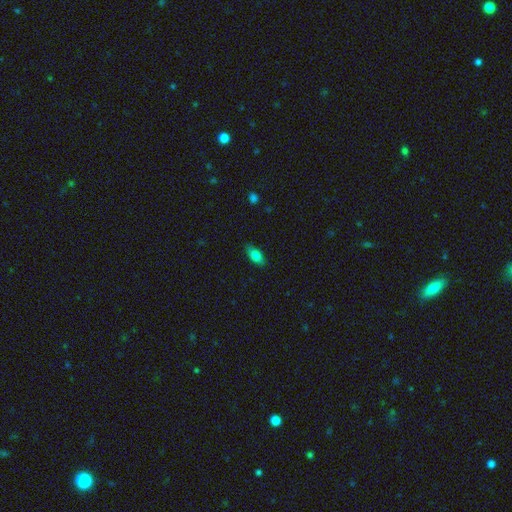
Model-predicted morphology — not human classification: This is likely a smooth galaxy (78%). How rounded: clearly in between (83%). Merging: clearly none (85%).